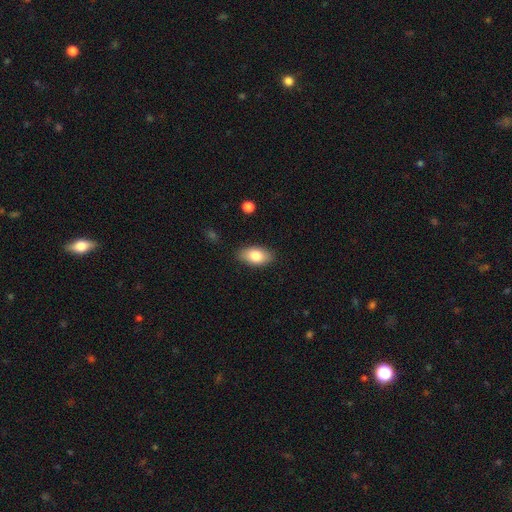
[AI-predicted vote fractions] smooth_or_featured: smooth (p=0.81) [alt: featured or disk p=0.13]
how_rounded: in between (p=0.92) [alt: round p=0.05]
merging: none (p=0.87) [alt: minor disturbance p=0.10]